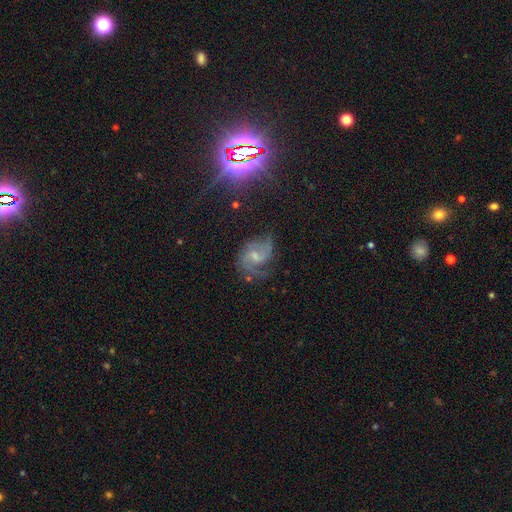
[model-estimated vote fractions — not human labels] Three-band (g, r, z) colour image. It shows a featured or disk galaxy (77%) with a weak bar (50%), 2 (70%) medium (51%) spiral arms (94%) and a small central bulge (48%). Merging: none (58%).